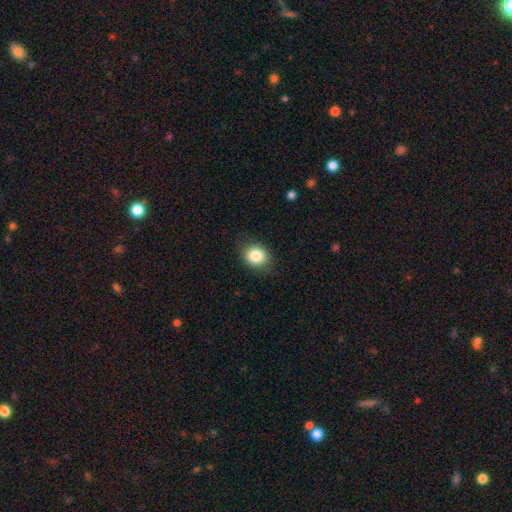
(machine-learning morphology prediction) Smooth or featured? smooth (84%)
How rounded? round (62%)
Merging? none (84%)